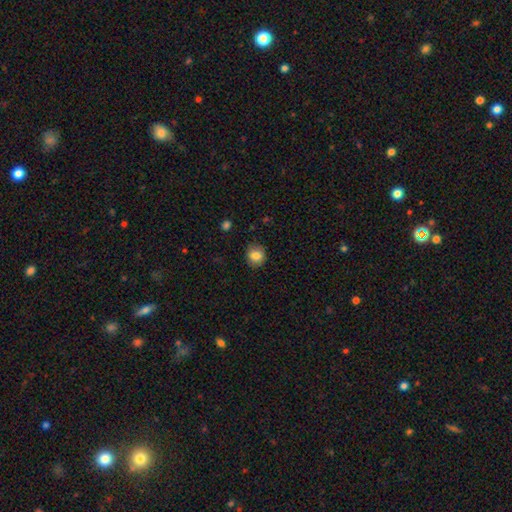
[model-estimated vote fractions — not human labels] smooth-or-featured: smooth: 83% | star or artifact: 10% | featured or disk: 8%
  how-rounded: round: 82% | in between: 17% | cigar-shaped: 1%
  merging: none: 87% | minor disturbance: 10% | major disturbance: 2% | merger: 1%